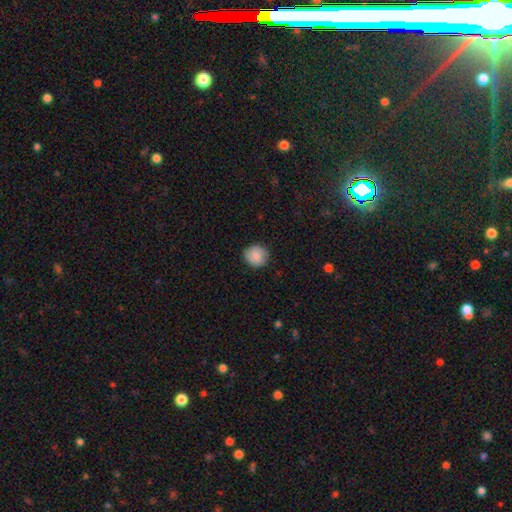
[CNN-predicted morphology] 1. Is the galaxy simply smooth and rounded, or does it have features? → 85% smooth, 8% featured or disk, 8% star or artifact.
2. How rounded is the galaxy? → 89% round, 10% in between, 1% cigar-shaped.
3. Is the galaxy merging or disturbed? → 86% none, 11% minor disturbance, 2% major disturbance, 1% merger.